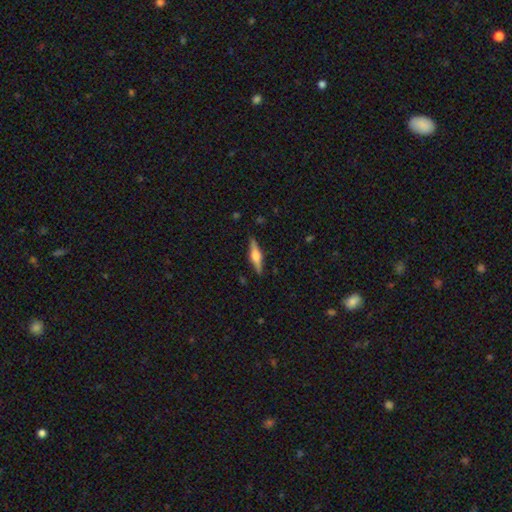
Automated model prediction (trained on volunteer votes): smooth-or-featured: featured or disk: 68% | smooth: 26% | star or artifact: 6%
  disk-edge-on: yes: 97% | no: 3%
    edge-on-bulge: rounded: 84% | boxy: 13% | none: 3%
  merging: none: 88% | minor disturbance: 9% | major disturbance: 2% | merger: 1%